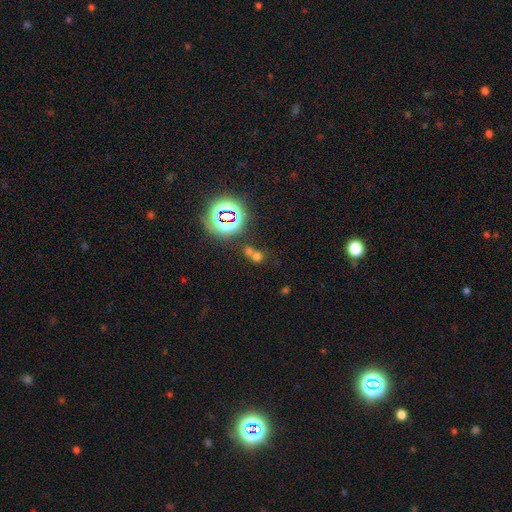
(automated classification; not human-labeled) Smooth or featured?
  - smooth: 50% *
  - star or artifact: 38%
  - featured or disk: 11%
How rounded?
  - round: 72% *
  - in between: 26%
  - cigar-shaped: 2%
Merging?
  - merger: 48% *
  - none: 40%
  - minor disturbance: 7%
  - major disturbance: 5%